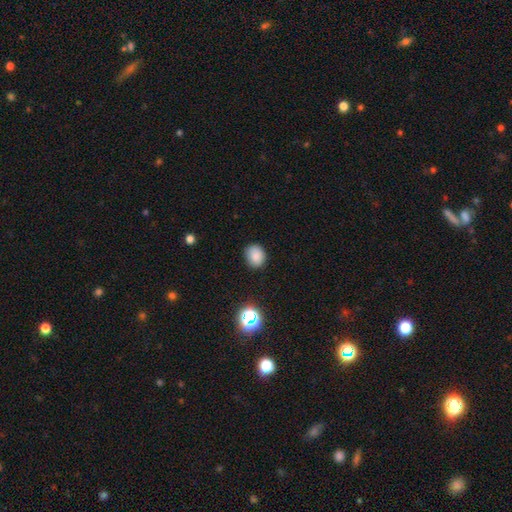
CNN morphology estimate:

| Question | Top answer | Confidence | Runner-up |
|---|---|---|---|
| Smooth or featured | smooth | 83% | star or artifact (12%) |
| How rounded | round | 62% | in between (37%) |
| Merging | none | 84% | minor disturbance (12%) |